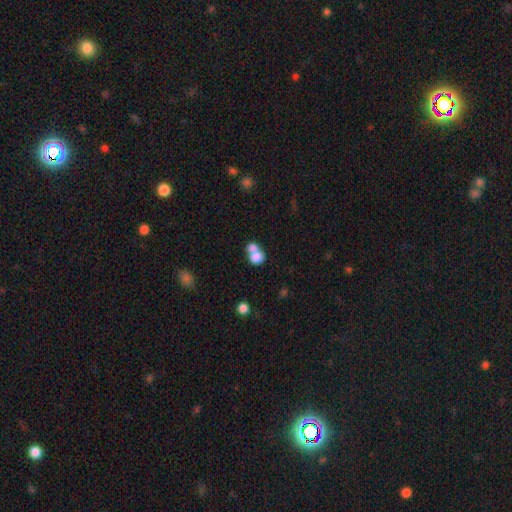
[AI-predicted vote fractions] A smooth galaxy with no disk features (78%) that is round (55%). Merging: merger (67%).